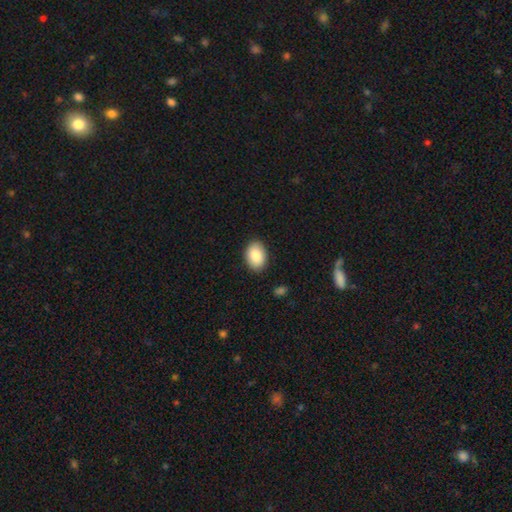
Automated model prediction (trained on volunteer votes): Morphology: type=smooth (88%); roundness=in between (84%); merging=none (88%).